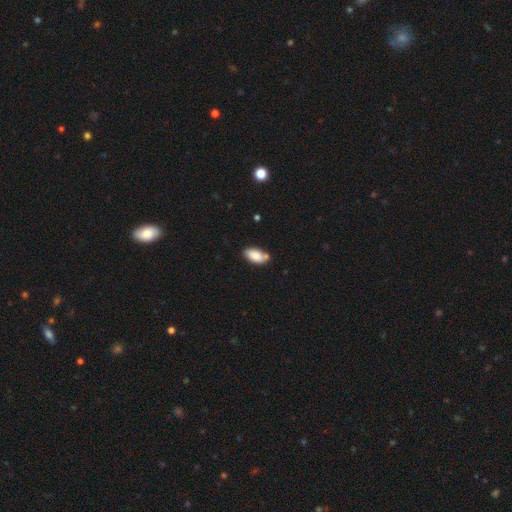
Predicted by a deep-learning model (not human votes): This is clearly a smooth galaxy (83%). How rounded: clearly in between (94%). Merging: likely none (64%).